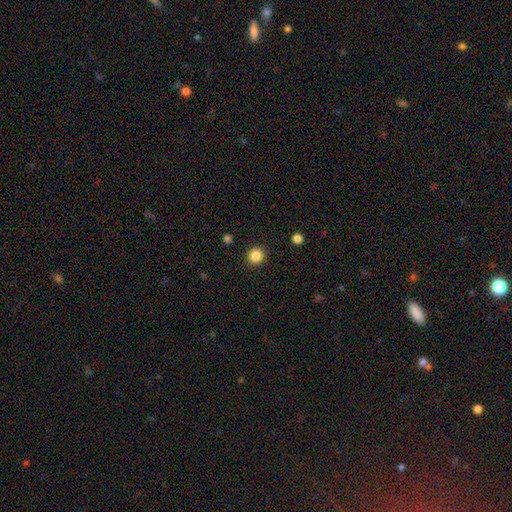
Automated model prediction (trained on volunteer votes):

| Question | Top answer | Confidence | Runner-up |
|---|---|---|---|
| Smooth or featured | smooth | 86% | star or artifact (11%) |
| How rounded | round | 92% | in between (7%) |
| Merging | none | 92% | minor disturbance (5%) |